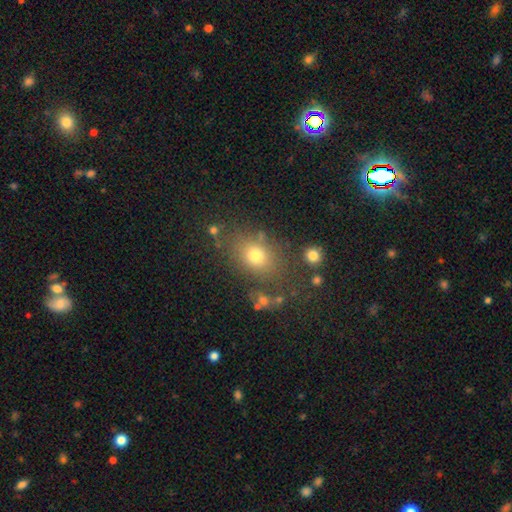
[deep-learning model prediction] Smooth or featured? Predicted: smooth (p=0.73). How rounded? Predicted: in between (p=0.63). Merging? Predicted: none (p=0.72).